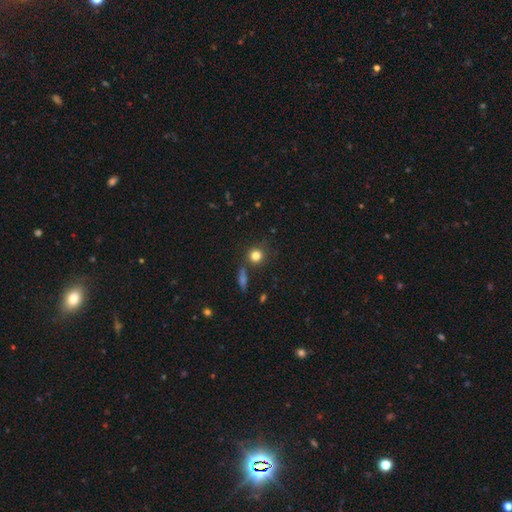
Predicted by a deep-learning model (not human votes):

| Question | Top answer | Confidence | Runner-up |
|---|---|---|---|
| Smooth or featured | smooth | 80% | star or artifact (13%) |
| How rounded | round | 89% | in between (10%) |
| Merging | none | 78% | minor disturbance (11%) |